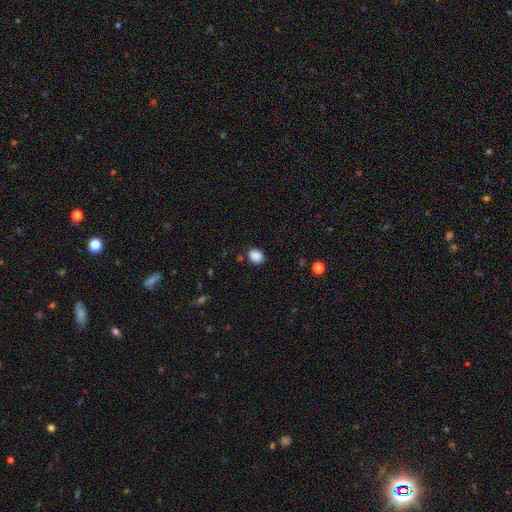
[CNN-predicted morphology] smooth 88%, star or artifact 9%, featured or disk 3%. Down the decision tree: how rounded — in between (50%); merging — none (83%).